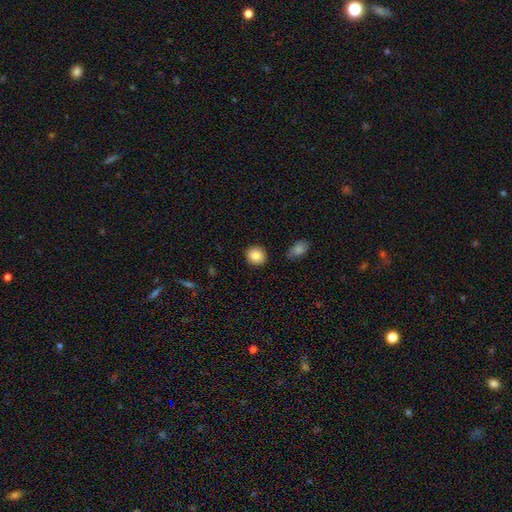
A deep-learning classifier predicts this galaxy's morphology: smooth-or-featured: smooth: 86% | star or artifact: 8% | featured or disk: 6%
  how-rounded: round: 83% | in between: 16% | cigar-shaped: 1%
  merging: none: 88% | minor disturbance: 7% | merger: 2% | major disturbance: 2%